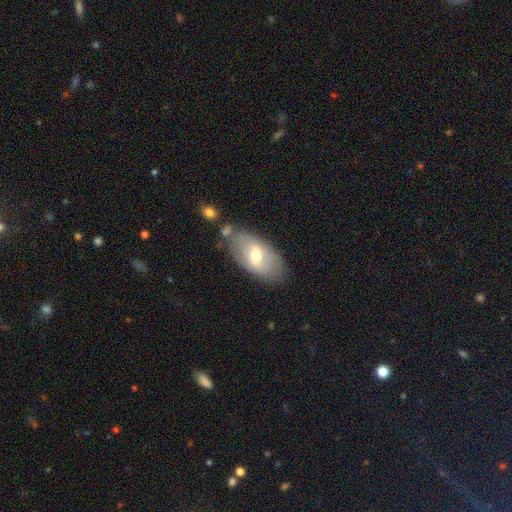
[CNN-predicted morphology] Overall: smooth (54%; featured or disk 39%). How rounded: in between (92%). Merging: none (66%).